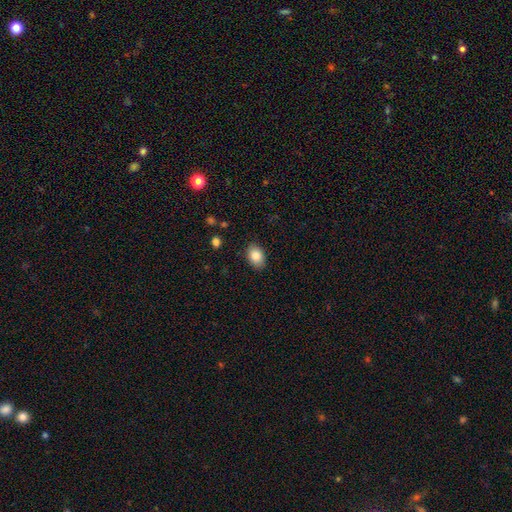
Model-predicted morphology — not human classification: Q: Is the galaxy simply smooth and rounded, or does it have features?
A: smooth — 86%.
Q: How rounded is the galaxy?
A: in between — 83%.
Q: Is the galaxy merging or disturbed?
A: none — 87%.